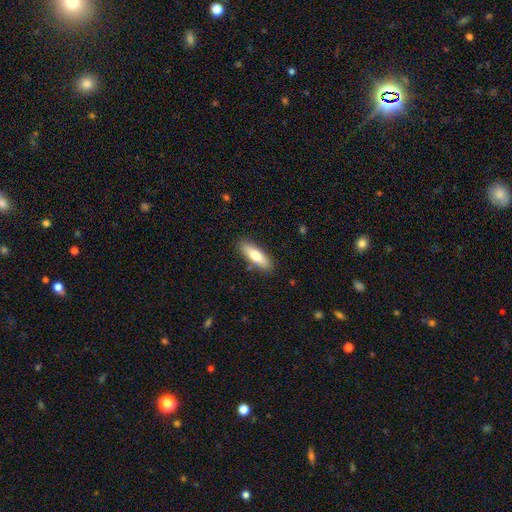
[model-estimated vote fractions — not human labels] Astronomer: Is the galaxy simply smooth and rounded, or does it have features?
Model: smooth — 71%.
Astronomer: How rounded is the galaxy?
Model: cigar-shaped — 52% (runner-up: in between, 46%).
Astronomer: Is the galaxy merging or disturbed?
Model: none — 87%.